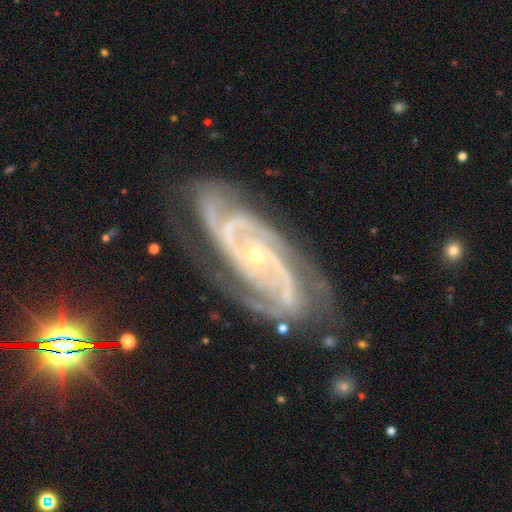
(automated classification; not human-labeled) The model was most divided on "spiral arm count": 2: 42%, 3: 29%, can't tell: 9%, 4: 9%, more than 4: 5%, 1: 5%. More confident: spiral arms — yes (99%); edge-on disk — no (95%); smooth or featured — featured or disk (92%); bulge size — small (80%); merging — none (75%); bar — no (64%); spiral winding — tight (55%).